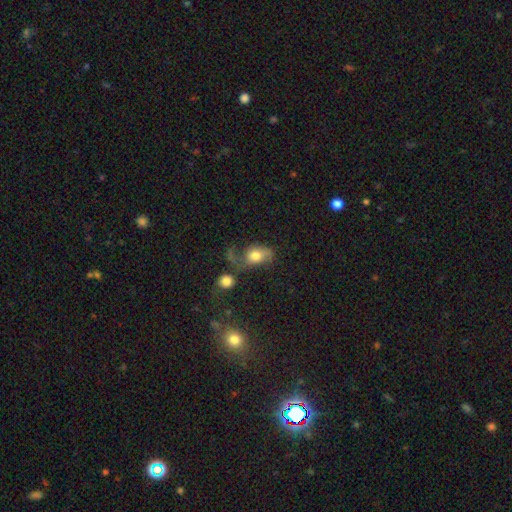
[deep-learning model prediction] Smooth or featured? Predicted: smooth (p=0.57). How rounded? Predicted: in between (p=0.74). Merging? Predicted: major disturbance (p=0.31).